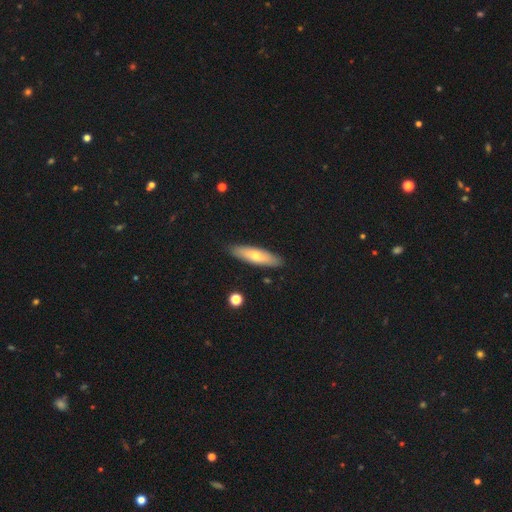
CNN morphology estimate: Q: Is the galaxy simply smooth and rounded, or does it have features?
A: smooth — 60%.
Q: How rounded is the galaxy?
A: cigar-shaped — 62%.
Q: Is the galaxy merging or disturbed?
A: none — 88%.